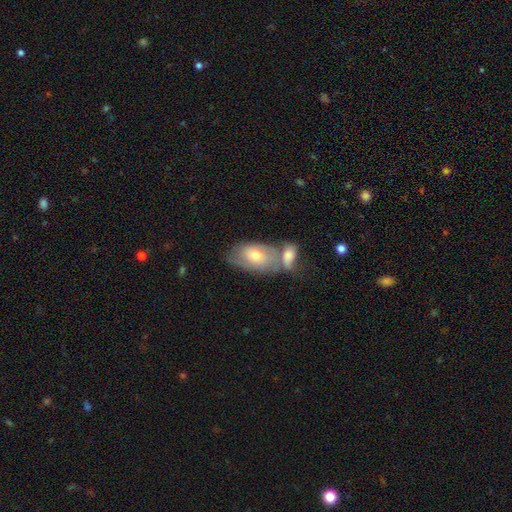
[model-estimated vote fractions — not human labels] Smooth or featured? Predicted: smooth (p=0.56). How rounded? Predicted: in between (p=0.90). Merging? Predicted: merger (p=0.47).